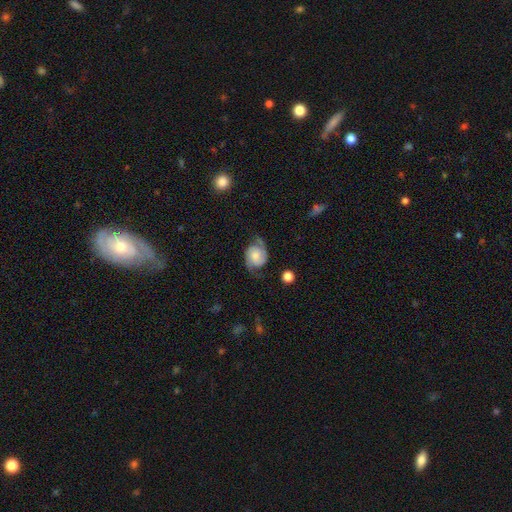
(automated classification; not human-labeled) featured or disk 75%, smooth 18%, star or artifact 7%. Down the decision tree: edge-on disk — no (98%); bar — no (68%); spiral arms — yes (95%); spiral arm count — 2 (91%); spiral winding — medium (47%); bulge size — moderate (37%); merging — none (68%).